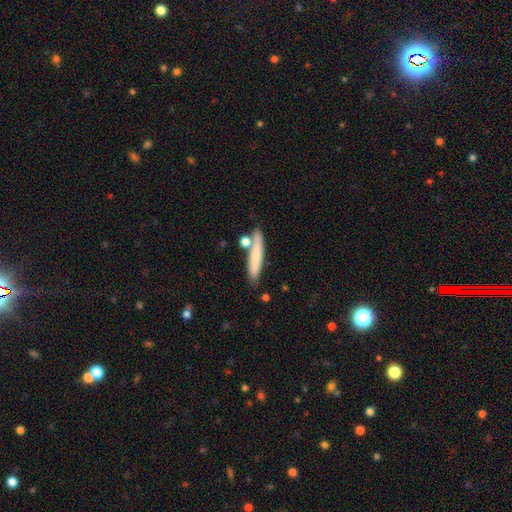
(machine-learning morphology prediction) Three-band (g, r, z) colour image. It shows a smooth galaxy with no disk features (72%) that is cigar-shaped (88%). Merging: none (72%).